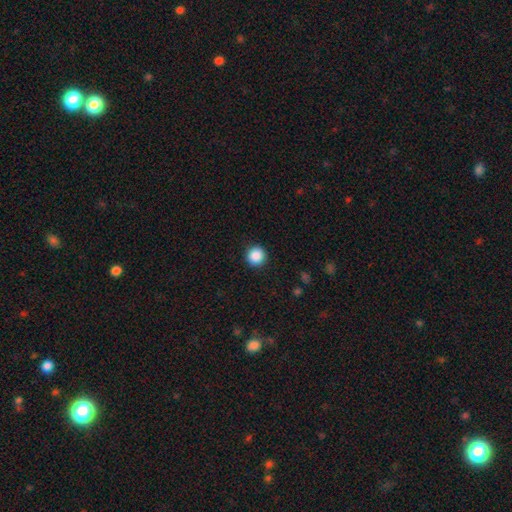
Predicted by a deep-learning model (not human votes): Q: Smooth or featured?
A: smooth (88%); runner-up: star or artifact (10%)
Q: How rounded?
A: round (95%); runner-up: in between (4%)
Q: Merging?
A: none (92%); runner-up: minor disturbance (5%)